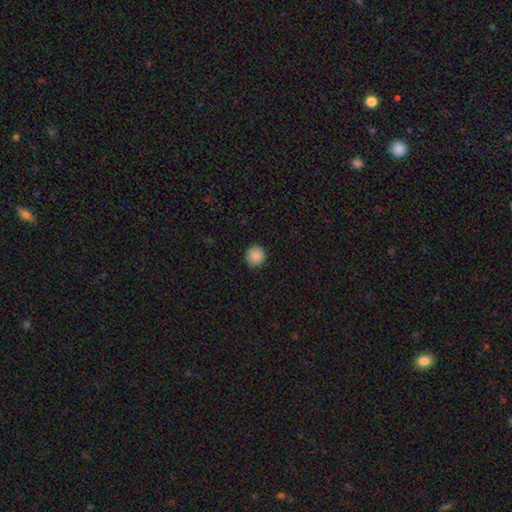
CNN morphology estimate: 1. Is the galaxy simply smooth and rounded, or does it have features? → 89% smooth, 9% star or artifact, 3% featured or disk.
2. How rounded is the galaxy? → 93% round, 6% in between, 1% cigar-shaped.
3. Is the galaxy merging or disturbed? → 91% none, 6% minor disturbance, 2% major disturbance, 1% merger.